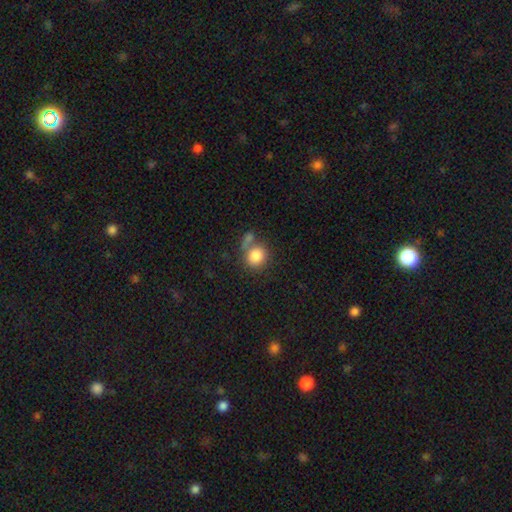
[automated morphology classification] smooth-or-featured: smooth: 84% | star or artifact: 9% | featured or disk: 8%
  how-rounded: round: 78% | in between: 21% | cigar-shaped: 1%
  merging: none: 52% | merger: 28% | minor disturbance: 13% | major disturbance: 7%